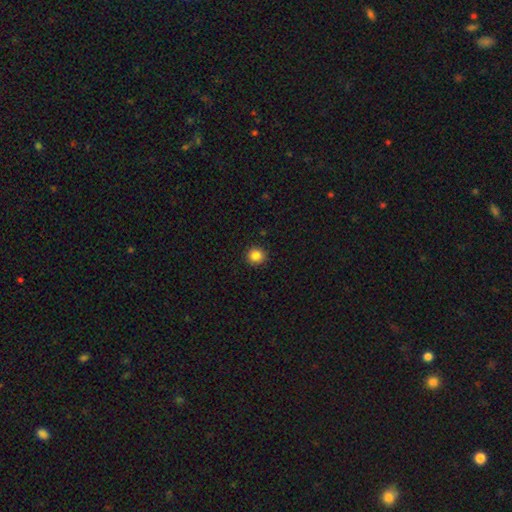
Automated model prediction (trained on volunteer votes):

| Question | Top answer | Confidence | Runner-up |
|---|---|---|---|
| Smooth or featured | smooth | 85% | star or artifact (10%) |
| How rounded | round | 94% | in between (6%) |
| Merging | none | 92% | minor disturbance (5%) |